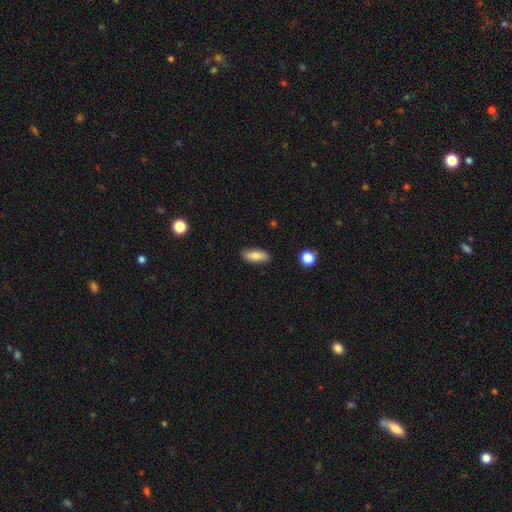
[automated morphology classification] smooth 79%, featured or disk 14%, star or artifact 7%. Down the decision tree: how rounded — in between (74%); merging — none (87%).